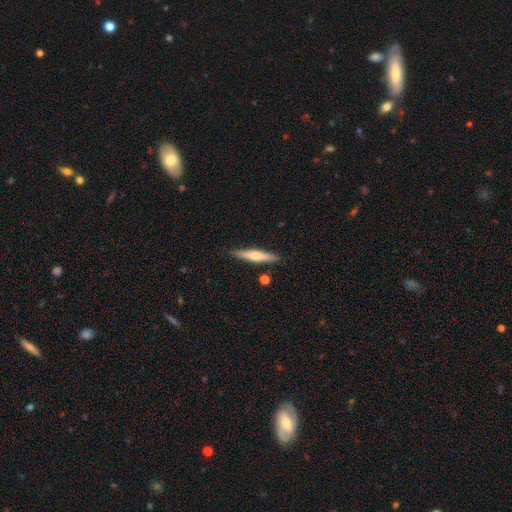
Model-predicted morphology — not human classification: Smooth or featured: smooth — 53% (featured or disk — 41%)
How rounded: cigar-shaped — 88% (in between — 10%)
Merging: none — 86% (minor disturbance — 9%)